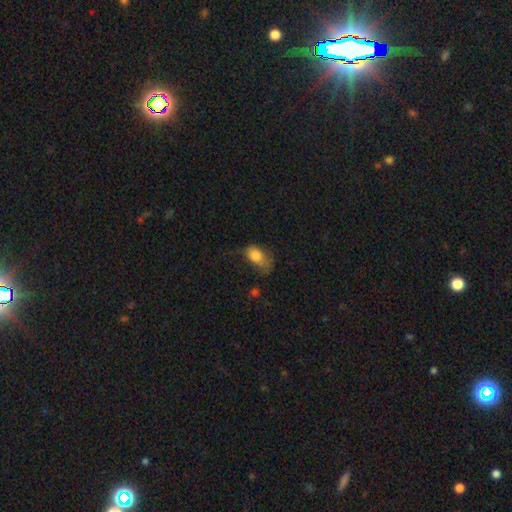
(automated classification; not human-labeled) This is likely a smooth galaxy (79%). How rounded: clearly in between (88%). Merging: marginally minor disturbance (34%).